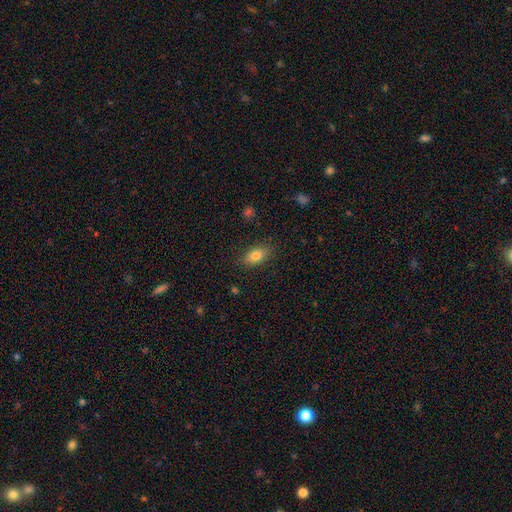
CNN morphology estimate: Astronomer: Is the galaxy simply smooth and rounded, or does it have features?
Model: smooth — 81%.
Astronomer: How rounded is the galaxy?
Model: in between — 87%.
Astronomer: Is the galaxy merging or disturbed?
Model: none — 86%.